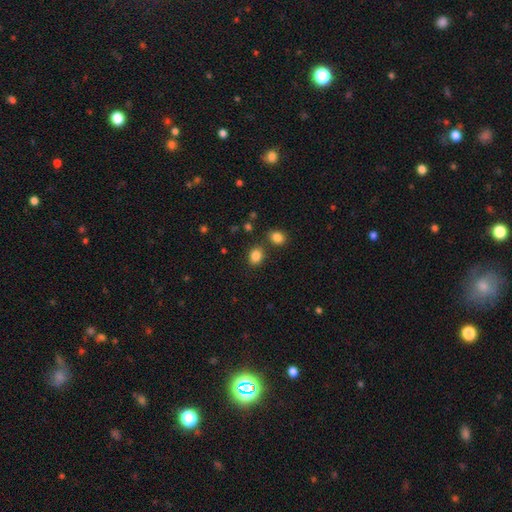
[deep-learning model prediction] This is clearly a smooth galaxy (85%). How rounded: possibly in between (56%). Merging: likely none (77%).